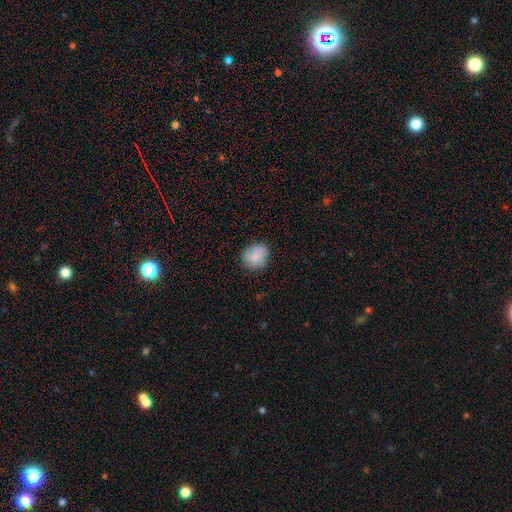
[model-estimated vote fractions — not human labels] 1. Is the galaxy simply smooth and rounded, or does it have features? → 79% smooth, 13% featured or disk, 8% star or artifact.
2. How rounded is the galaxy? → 73% round, 27% in between, 1% cigar-shaped.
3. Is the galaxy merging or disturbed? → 79% none, 16% minor disturbance, 4% major disturbance, 1% merger.